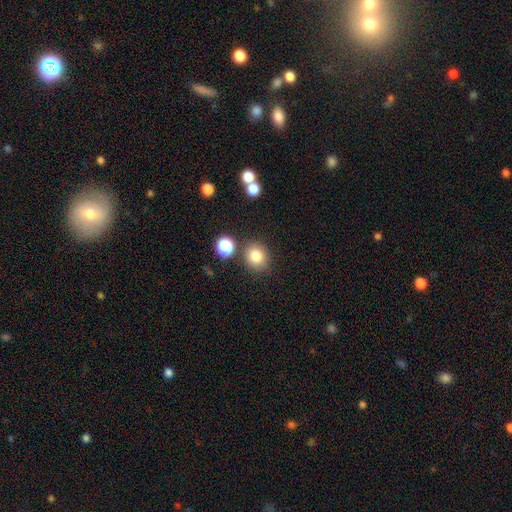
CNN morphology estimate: The model was most divided on "how rounded": round: 78%, in between: 21%, cigar-shaped: 1%. More confident: smooth or featured — smooth (81%); merging — none (80%).